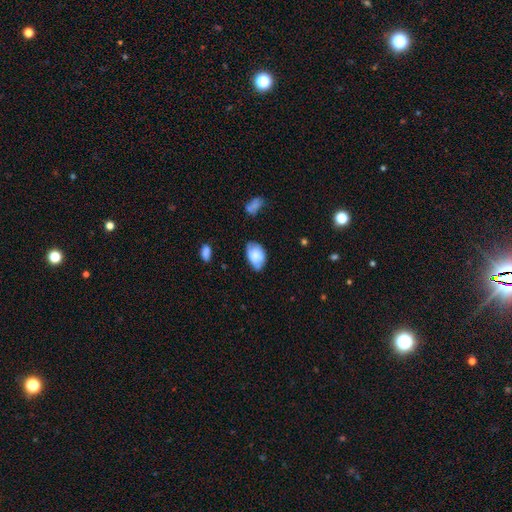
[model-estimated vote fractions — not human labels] smooth 72%, featured or disk 20%, star or artifact 8%. Down the decision tree: how rounded — in between (88%); merging — none (53%).